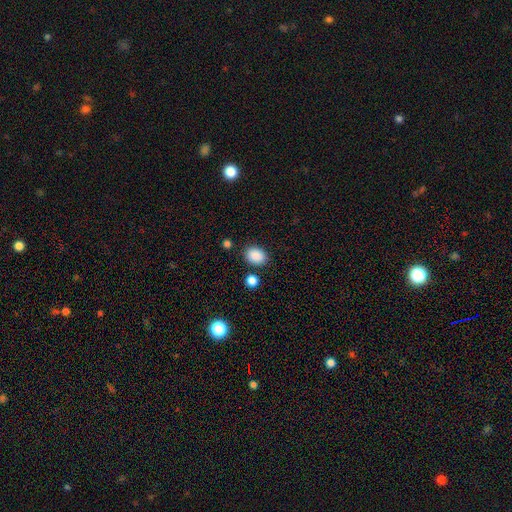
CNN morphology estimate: Q: Smooth or featured?
A: smooth (88%); runner-up: star or artifact (9%)
Q: How rounded?
A: in between (65%); runner-up: round (34%)
Q: Merging?
A: none (82%); runner-up: minor disturbance (11%)